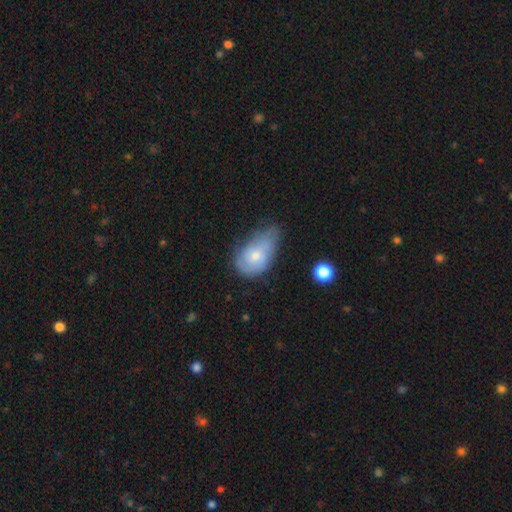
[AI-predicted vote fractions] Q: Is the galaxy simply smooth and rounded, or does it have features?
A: smooth — 52%.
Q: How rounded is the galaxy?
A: in between — 84%.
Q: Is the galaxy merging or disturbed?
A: minor disturbance — 43%.